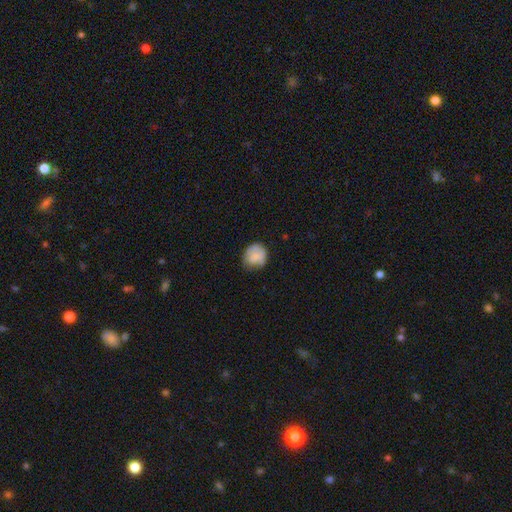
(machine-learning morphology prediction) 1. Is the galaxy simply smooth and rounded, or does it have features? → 77% smooth, 15% featured or disk, 8% star or artifact.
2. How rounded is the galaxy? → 75% round, 24% in between, 1% cigar-shaped.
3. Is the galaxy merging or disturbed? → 66% none, 26% minor disturbance, 7% major disturbance, 1% merger.